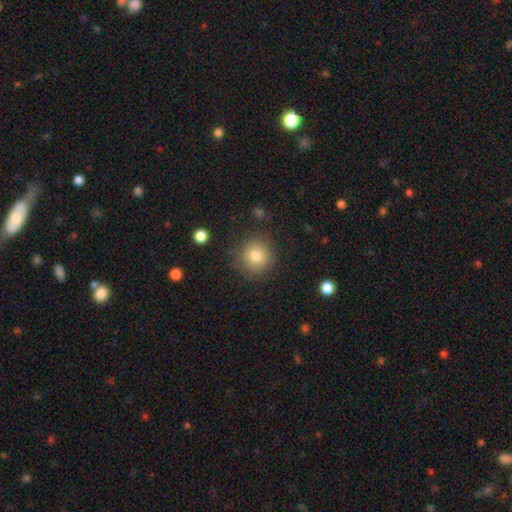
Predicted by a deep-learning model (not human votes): A smooth galaxy with no disk features (81%) that is round (91%).

Vote fractions:
- Smooth or featured? smooth: 81% / star or artifact: 11% / featured or disk: 9%
- How rounded? round: 91% / in between: 8% / cigar-shaped: 1%
- Merging? none: 85% / minor disturbance: 10% / major disturbance: 3% / merger: 2%